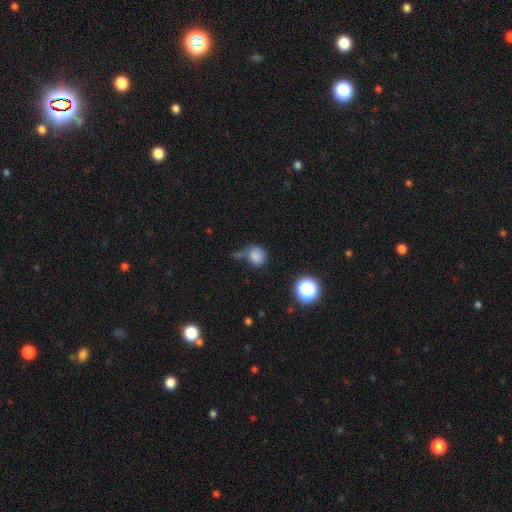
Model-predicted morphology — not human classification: smooth-or-featured: smooth: 81% | star or artifact: 13% | featured or disk: 6%
  how-rounded: round: 81% | in between: 17% | cigar-shaped: 1%
  merging: none: 49% | minor disturbance: 22% | merger: 17% | major disturbance: 12%